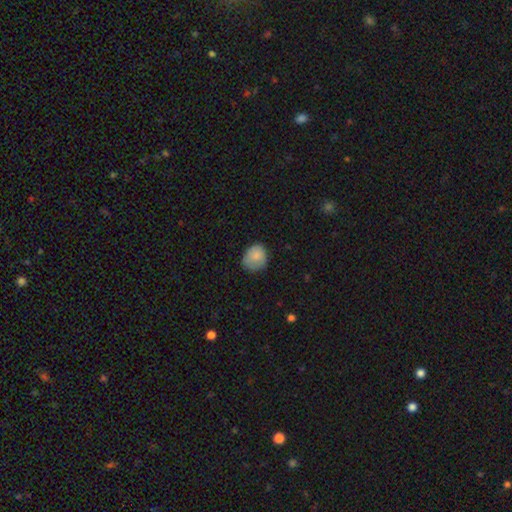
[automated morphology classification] smooth_or_featured: smooth (p=0.83) [alt: featured or disk p=0.09]
how_rounded: round (p=0.61) [alt: in between p=0.38]
merging: none (p=0.61) [alt: minor disturbance p=0.30]